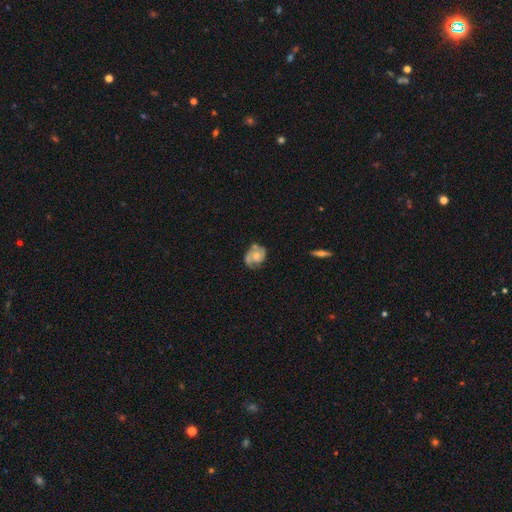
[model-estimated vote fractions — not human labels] smooth-or-featured: featured or disk: 61% | smooth: 32% | star or artifact: 7%
  disk-edge-on: no: 97% | yes: 3%
    bar: no: 76% | weak: 21% | strong: 3%
    has-spiral-arms: yes: 79% | no: 21%
    bulge-size: moderate: 55% | small: 33% | large: 5% | none: 5% | dominant: 1%
  merging: none: 58% | minor disturbance: 26% | major disturbance: 10% | merger: 6%